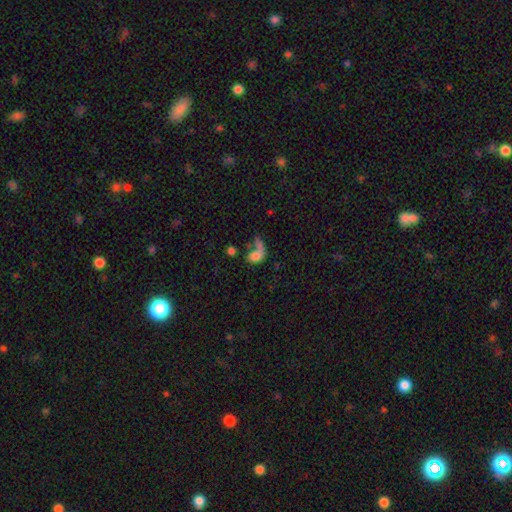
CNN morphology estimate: This is likely a smooth galaxy (62%). How rounded: likely in between (75%). Merging: marginally merger (41%).